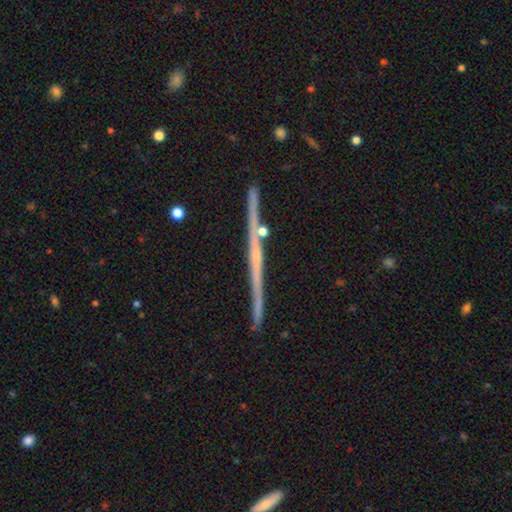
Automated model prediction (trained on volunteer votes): Smooth or featured: featured or disk — 75% (smooth — 17%)
Edge-on disk: yes — 98% (no — 2%)
Edge-on bulge: none — 60% (rounded — 33%)
Merging: none — 88% (minor disturbance — 7%)